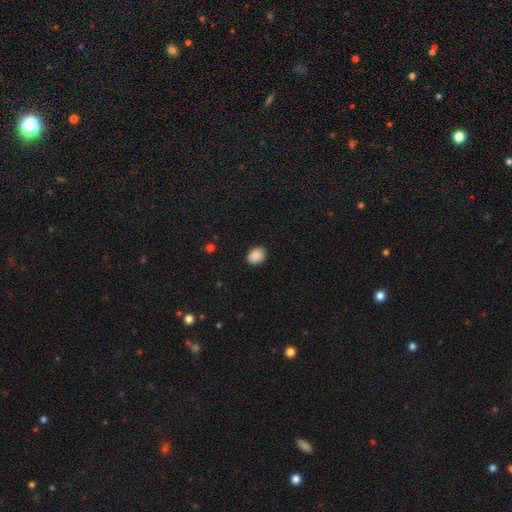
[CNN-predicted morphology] Smooth or featured: smooth — 87% (star or artifact — 8%)
How rounded: round — 55% (in between — 44%)
Merging: none — 89% (minor disturbance — 9%)